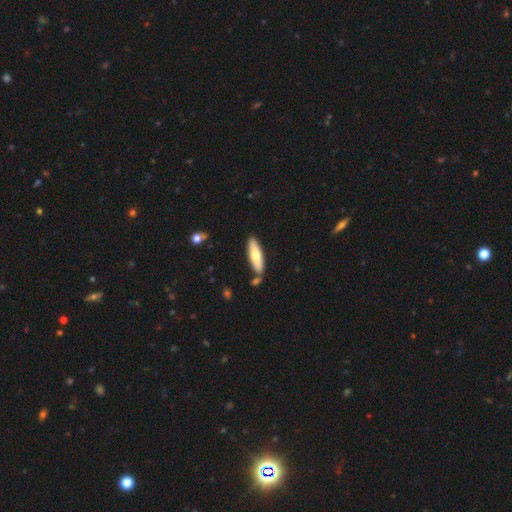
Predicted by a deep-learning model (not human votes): Smooth or featured? smooth (69%)
How rounded? cigar-shaped (58%)
Merging? none (78%)